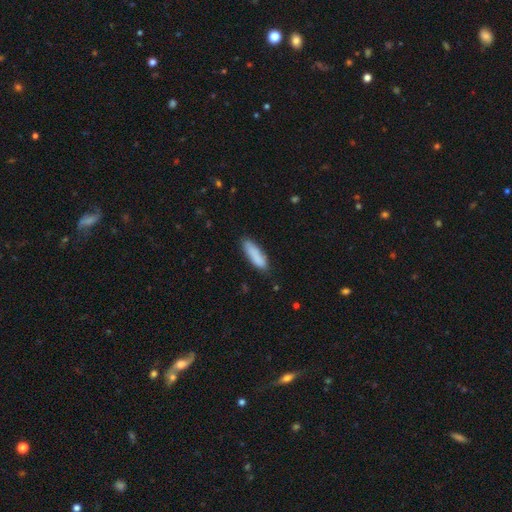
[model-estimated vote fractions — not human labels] Smooth or featured? smooth (86%)
How rounded? cigar-shaped (55%)
Merging? none (77%)